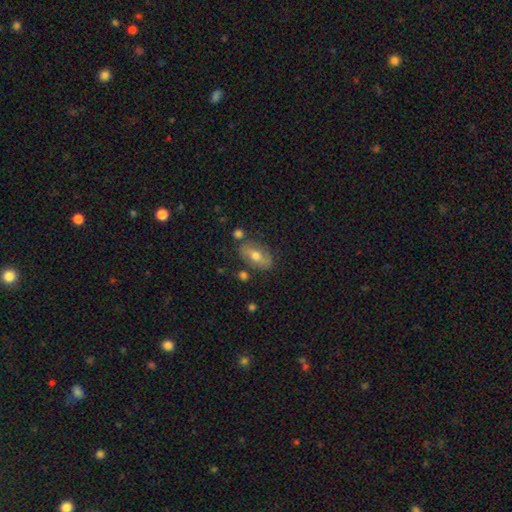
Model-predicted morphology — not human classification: Smooth or featured? Predicted: smooth (p=0.54). How rounded? Predicted: in between (p=0.81). Merging? Predicted: none (p=0.78).